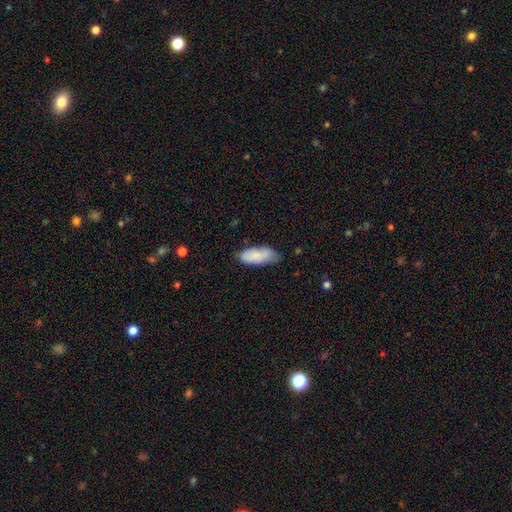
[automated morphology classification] type=smooth (84%); roundness=in between (83%); merging=none (57%).